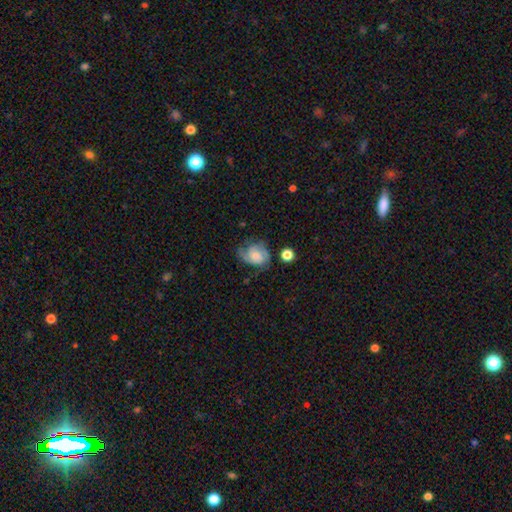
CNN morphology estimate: smooth_or_featured: featured or disk (p=0.66) [alt: smooth p=0.26]
disk_edge_on: no (p=0.98) [alt: yes p=0.02]
bar: no (p=0.69) [alt: weak p=0.27]
has_spiral_arms: yes (p=0.92) [alt: no p=0.08]
spiral_winding: medium (p=0.42) [tied with: tight p=0.42]
spiral_arm_count: 2 (p=0.55) [alt: can't tell p=0.18]
bulge_size: small (p=0.33) [alt: moderate p=0.29]
merging: none (p=0.55) [alt: minor disturbance p=0.26]